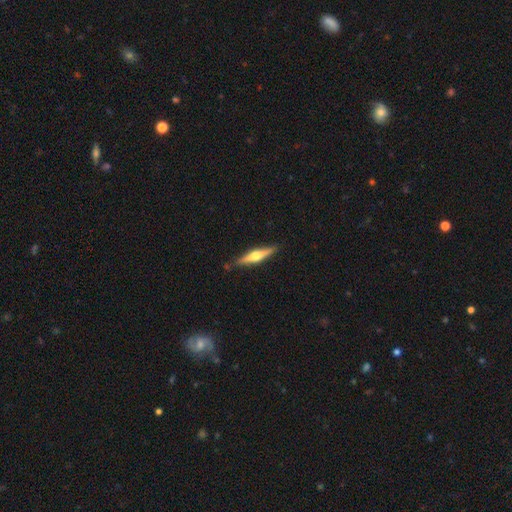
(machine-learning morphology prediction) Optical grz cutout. It shows a featured or disk galaxy (64%) viewed edge-on (96%) with a rounded central bulge (93%). Merging: none (87%).